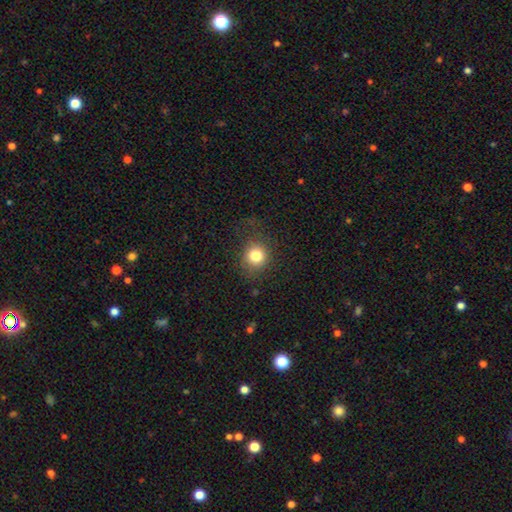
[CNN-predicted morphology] A smooth galaxy with no disk features (80%) that is round (83%). Merging: none (78%).